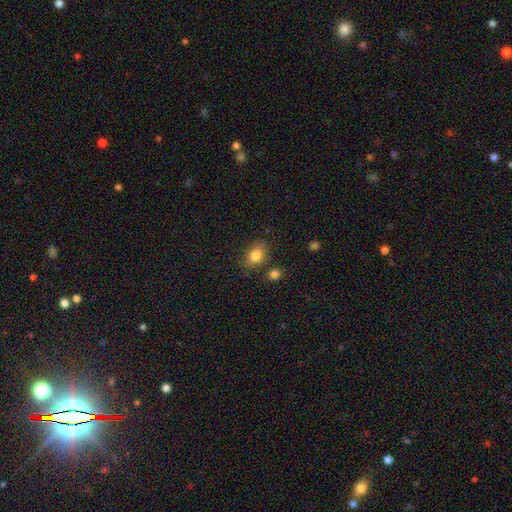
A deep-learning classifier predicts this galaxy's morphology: This appears to be a smooth galaxy with no disk features (82%) that is in between round and cigar-shaped (78%). Merging: none (76%).